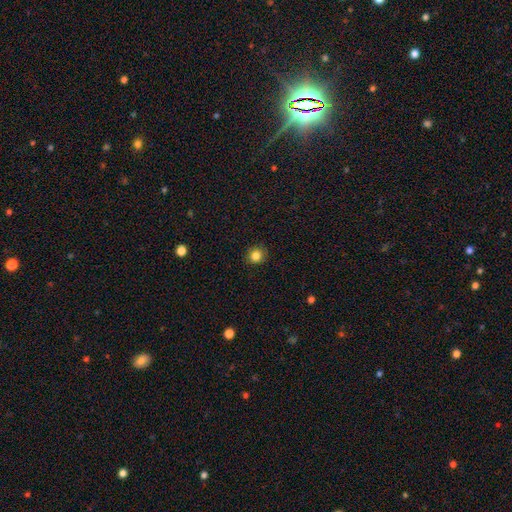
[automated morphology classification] Q: Smooth or featured?
A: smooth (83%); runner-up: star or artifact (12%)
Q: How rounded?
A: round (88%); runner-up: in between (11%)
Q: Merging?
A: none (89%); runner-up: minor disturbance (8%)